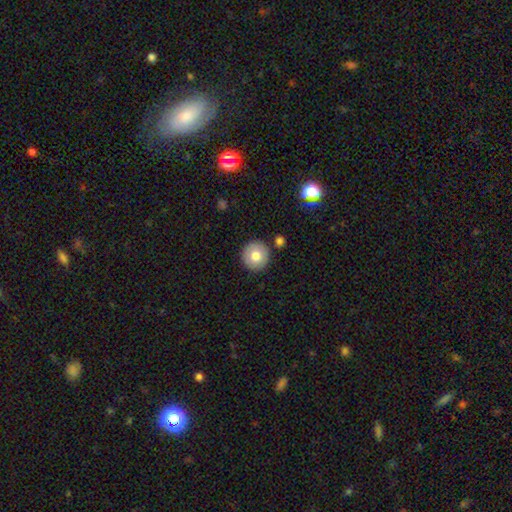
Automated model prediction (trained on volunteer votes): Smooth or featured? Predicted: smooth (p=0.78). How rounded? Predicted: round (p=0.95). Merging? Predicted: none (p=0.87).